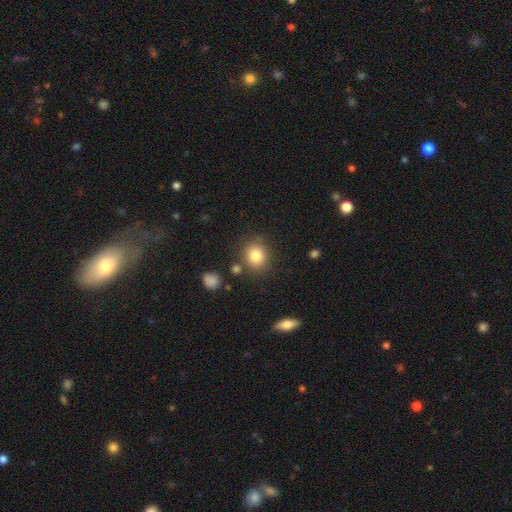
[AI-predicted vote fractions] Smooth or featured? Predicted: smooth (p=0.83). How rounded? Predicted: round (p=0.76). Merging? Predicted: none (p=0.80).